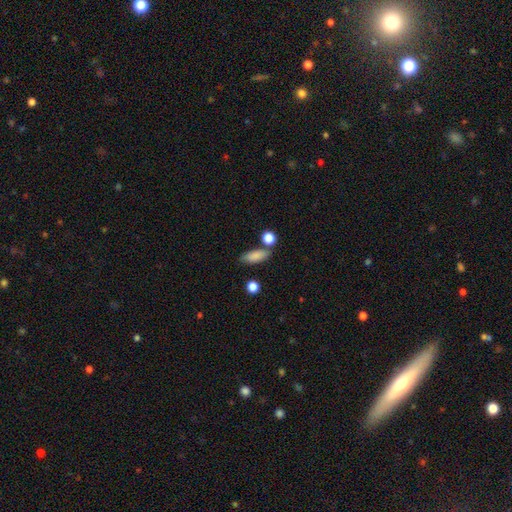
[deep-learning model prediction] Morphology: type=smooth (84%); roundness=in between (73%); merging=none (70%).